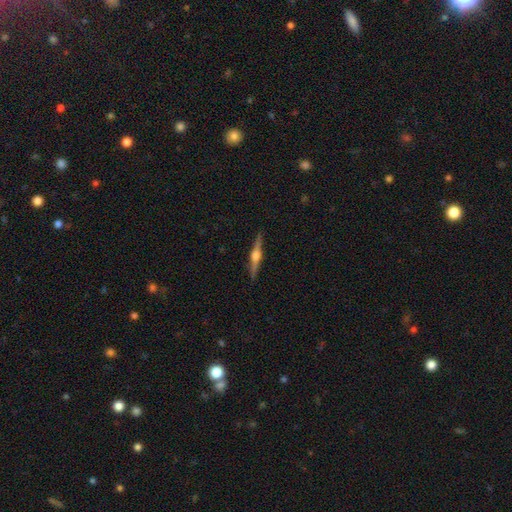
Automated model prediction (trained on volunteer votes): Morphology: type=featured or disk (80%); edge-on=yes (98%); edge-on bulge=rounded (92%); merging=none (91%).